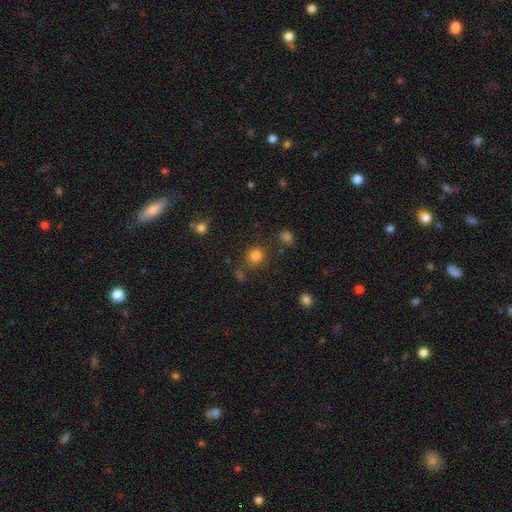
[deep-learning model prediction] Overall: smooth (81%). How rounded: round (84%). Merging: none (78%).